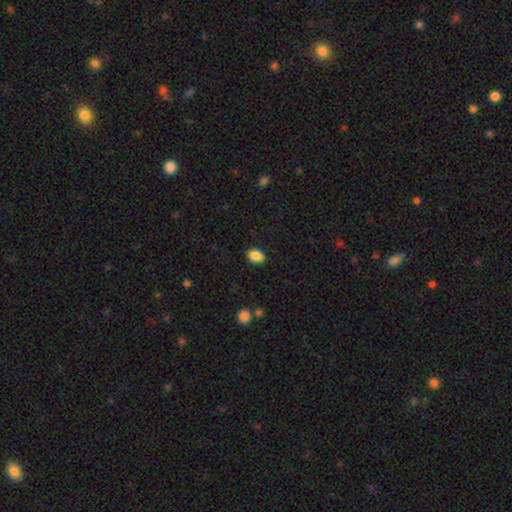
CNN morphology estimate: Smooth or featured? smooth (88%)
How rounded? in between (76%)
Merging? none (87%)